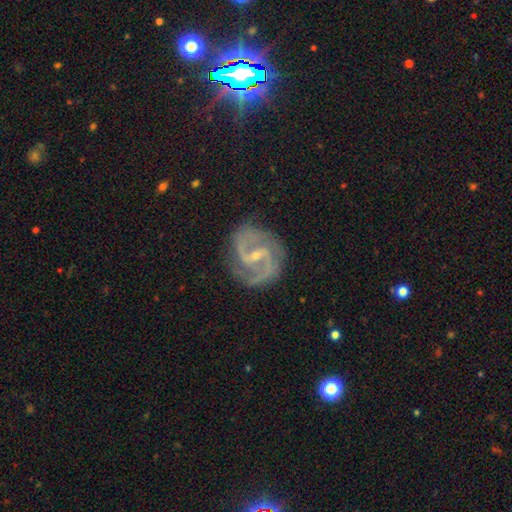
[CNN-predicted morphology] Smooth or featured? featured or disk (91%)
Edge-on disk? no (98%)
Bar? weak (49%)
Spiral arms? yes (98%)
Spiral winding? medium (60%)
Spiral arm count? 2 (91%)
Bulge size? small (73%)
Merging? none (80%)